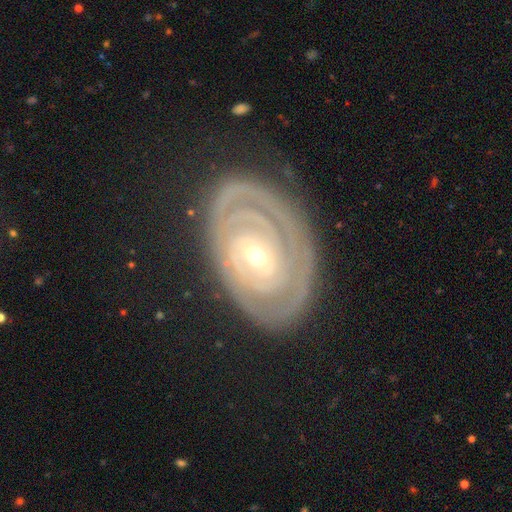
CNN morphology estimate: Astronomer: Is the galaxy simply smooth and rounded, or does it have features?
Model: featured or disk — 85%.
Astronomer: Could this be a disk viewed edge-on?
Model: no — 95%.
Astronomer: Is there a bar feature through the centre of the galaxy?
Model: no — 67%.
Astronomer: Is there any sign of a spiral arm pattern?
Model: yes — 89%.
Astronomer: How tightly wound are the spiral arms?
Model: tight — 85%.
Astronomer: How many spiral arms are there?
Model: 2 — 34% (runner-up: can't tell, 32%).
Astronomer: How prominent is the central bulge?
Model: small — 69%.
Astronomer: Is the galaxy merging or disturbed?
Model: none — 76%.